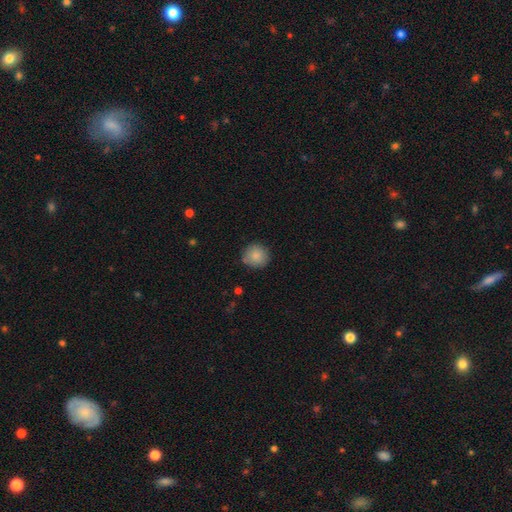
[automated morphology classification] type=smooth (85%); roundness=round (92%); merging=none (83%).